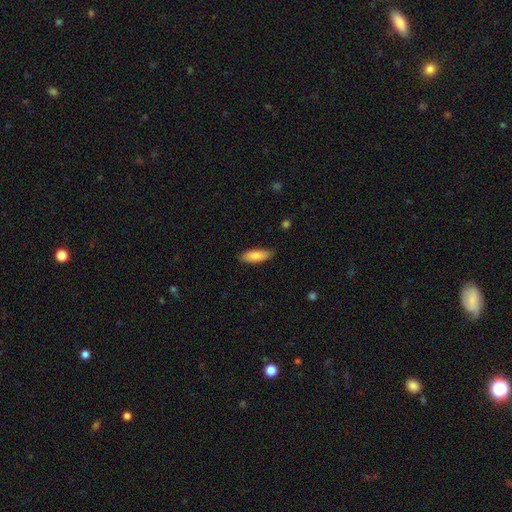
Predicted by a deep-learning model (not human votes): Q: Smooth or featured?
A: smooth (85%); runner-up: featured or disk (9%)
Q: How rounded?
A: in between (65%); runner-up: cigar-shaped (33%)
Q: Merging?
A: none (83%); runner-up: minor disturbance (13%)